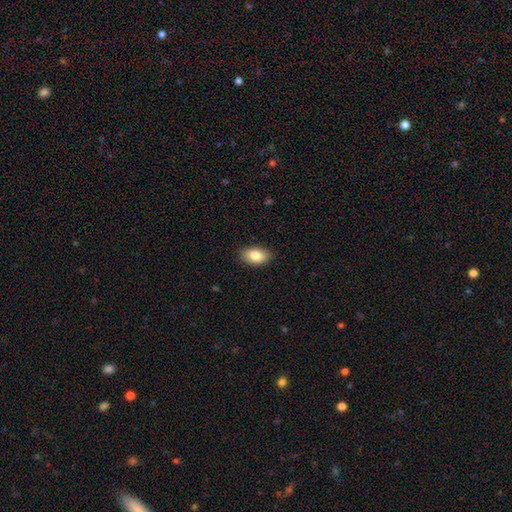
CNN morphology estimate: A smooth galaxy with no disk features (82%) that is in between round and cigar-shaped (91%). Merging: none (87%).